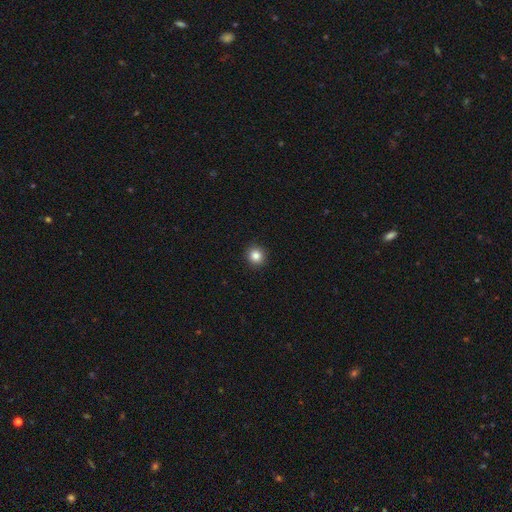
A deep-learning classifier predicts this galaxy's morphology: smooth_or_featured: smooth (p=0.85) [alt: star or artifact p=0.11]
how_rounded: round (p=0.91) [alt: in between p=0.08]
merging: none (p=0.93) [alt: minor disturbance p=0.05]